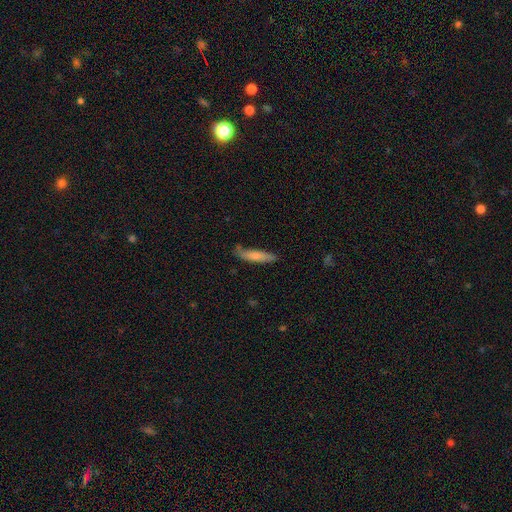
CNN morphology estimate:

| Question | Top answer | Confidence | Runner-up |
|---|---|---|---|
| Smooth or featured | smooth | 77% | featured or disk (17%) |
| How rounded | cigar-shaped | 83% | in between (16%) |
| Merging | none | 71% | minor disturbance (22%) |